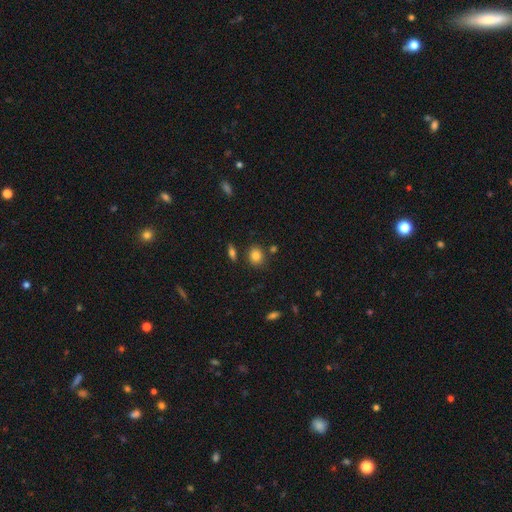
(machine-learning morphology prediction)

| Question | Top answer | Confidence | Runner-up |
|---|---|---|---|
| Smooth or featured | smooth | 83% | star or artifact (11%) |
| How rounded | round | 66% | in between (33%) |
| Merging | none | 80% | minor disturbance (10%) |